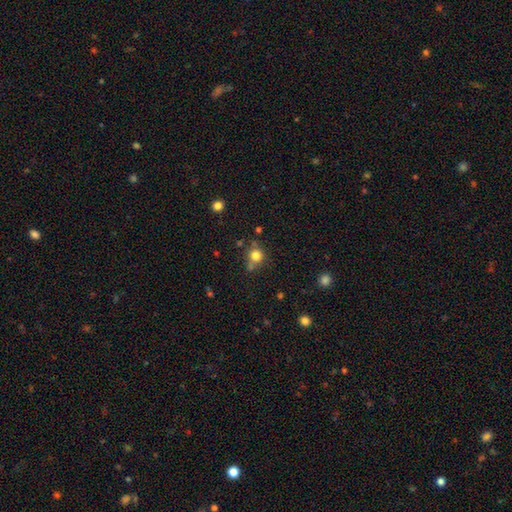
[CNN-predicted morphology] Q: Smooth or featured?
A: smooth (78%); runner-up: star or artifact (13%)
Q: How rounded?
A: round (87%); runner-up: in between (12%)
Q: Merging?
A: none (64%); runner-up: merger (16%)